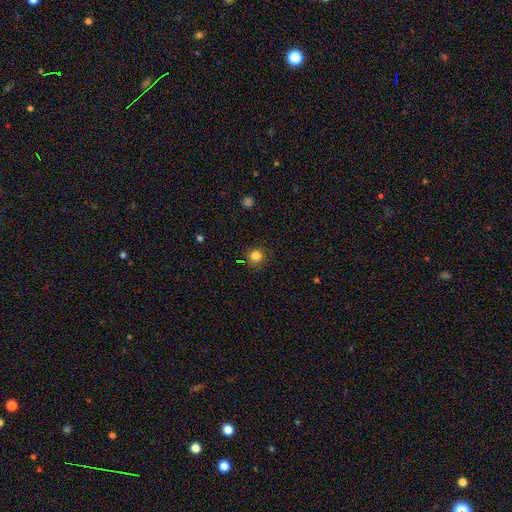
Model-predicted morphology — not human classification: Smooth or featured?
  - smooth: 82% *
  - star or artifact: 13%
  - featured or disk: 5%
How rounded?
  - round: 93% *
  - in between: 6%
  - cigar-shaped: 1%
Merging?
  - none: 88% *
  - minor disturbance: 8%
  - major disturbance: 2%
  - merger: 1%